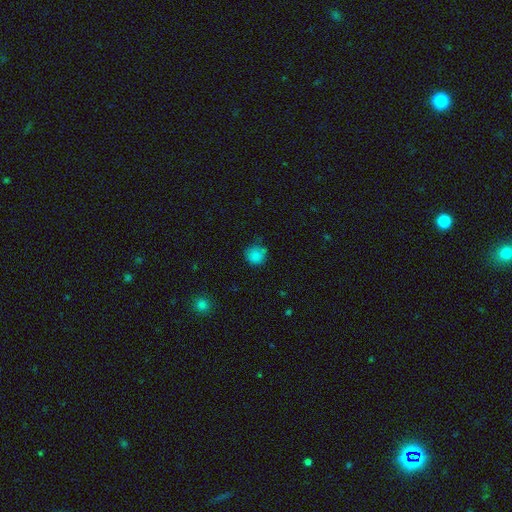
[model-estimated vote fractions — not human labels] smooth_or_featured: smooth (p=0.83) [alt: star or artifact p=0.11]
how_rounded: round (p=0.89) [alt: in between p=0.10]
merging: none (p=0.69) [alt: minor disturbance p=0.21]